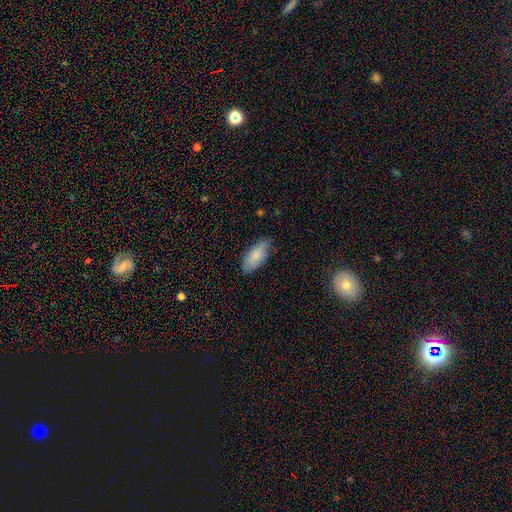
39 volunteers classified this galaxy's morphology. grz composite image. It shows a smooth galaxy with no disk features (82%) that is in between round and cigar-shaped (84%). Merging: none (62%).